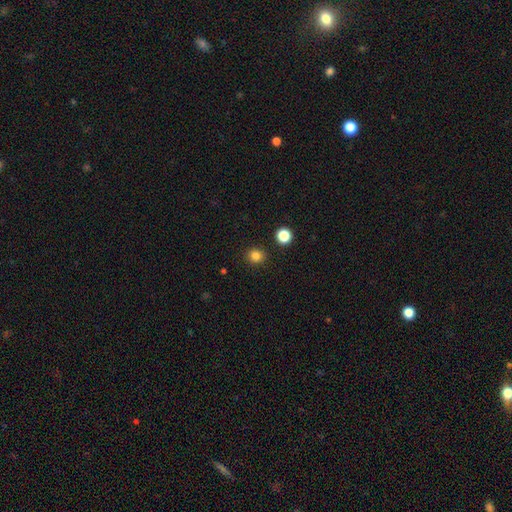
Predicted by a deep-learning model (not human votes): Overall: smooth (83%). How rounded: round (89%). Merging: none (91%).